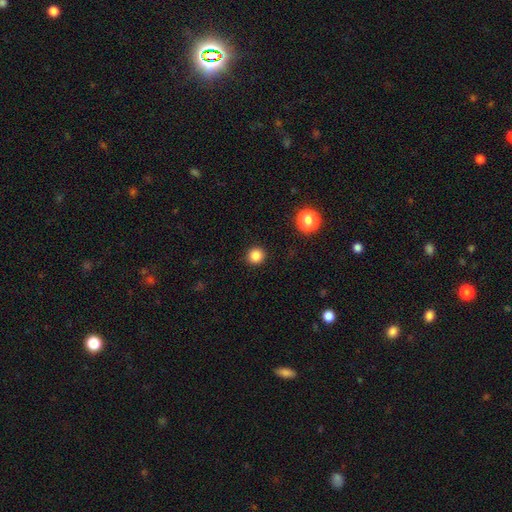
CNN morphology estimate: Smooth or featured?
  - smooth: 84% *
  - star or artifact: 12%
  - featured or disk: 4%
How rounded?
  - round: 93% *
  - in between: 6%
  - cigar-shaped: 1%
Merging?
  - none: 93% *
  - minor disturbance: 5%
  - major disturbance: 2%
  - merger: 1%